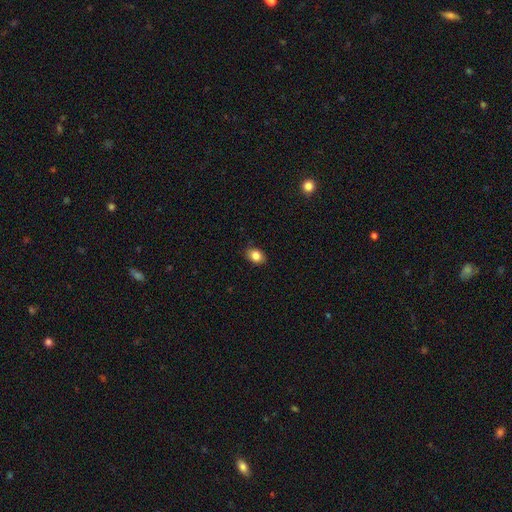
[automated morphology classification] This appears to be a smooth galaxy with no disk features (85%) that is in between round and cigar-shaped (72%). Merging: none (85%).